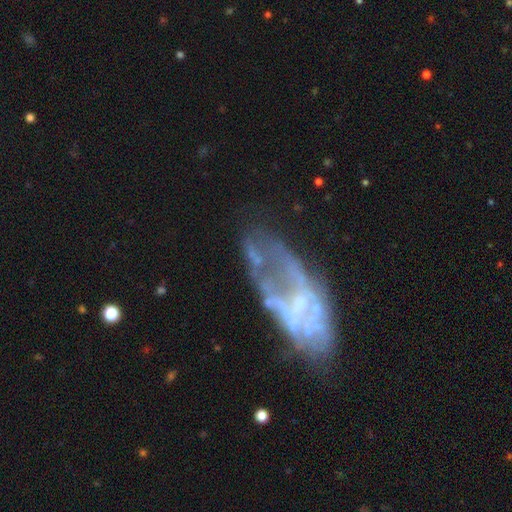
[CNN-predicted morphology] featured or disk 68%, smooth 19%, star or artifact 13%. Down the decision tree: edge-on disk — no (90%); bar — no (74%); spiral arms — no (70%); bulge size — none (48%); merging — none (38%).